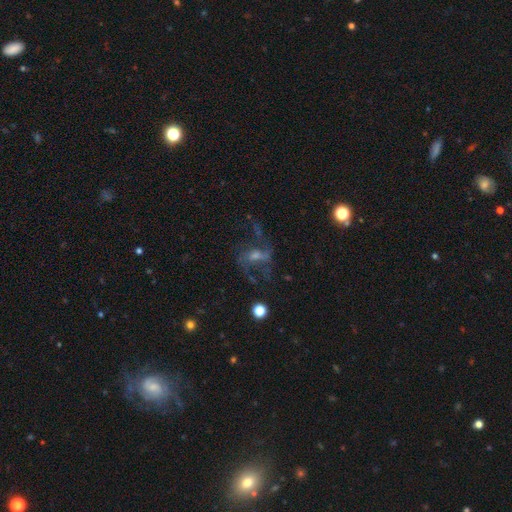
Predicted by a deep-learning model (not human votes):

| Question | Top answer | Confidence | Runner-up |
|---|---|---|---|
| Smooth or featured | featured or disk | 67% | star or artifact (19%) |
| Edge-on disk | no | 94% | yes (6%) |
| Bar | weak | 43% | no (37%) |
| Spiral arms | yes | 76% | no (24%) |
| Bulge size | moderate | 42% | small (40%) |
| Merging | none | 52% | major disturbance (29%) |